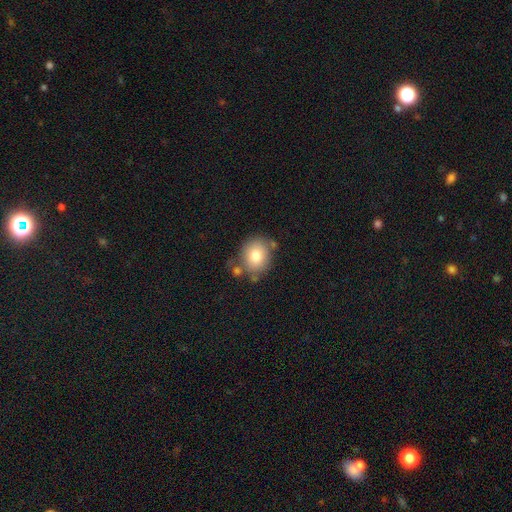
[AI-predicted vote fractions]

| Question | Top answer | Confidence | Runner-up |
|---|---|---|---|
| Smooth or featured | smooth | 78% | featured or disk (12%) |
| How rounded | round | 69% | in between (30%) |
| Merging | none | 69% | minor disturbance (16%) |